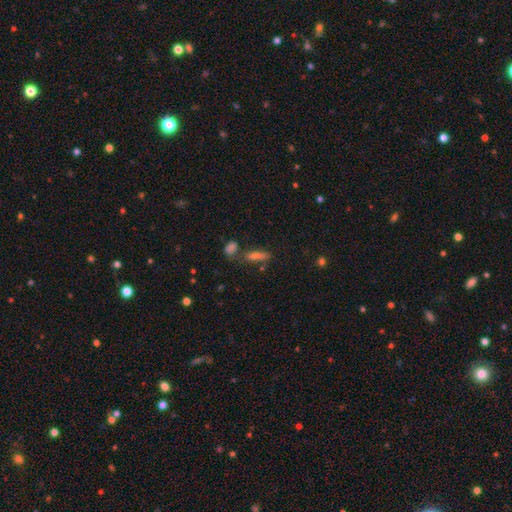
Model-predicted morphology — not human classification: This is possibly a smooth galaxy (56%). How rounded: likely cigar-shaped (71%). Merging: possibly none (60%).